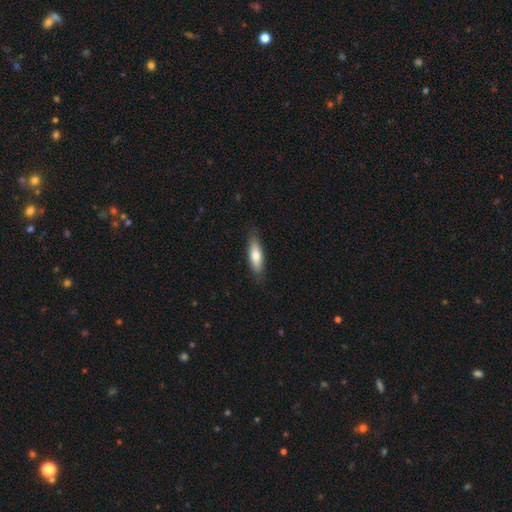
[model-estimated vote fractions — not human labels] smooth 73%, featured or disk 21%, star or artifact 6%. Down the decision tree: how rounded — cigar-shaped (50%); merging — none (84%).